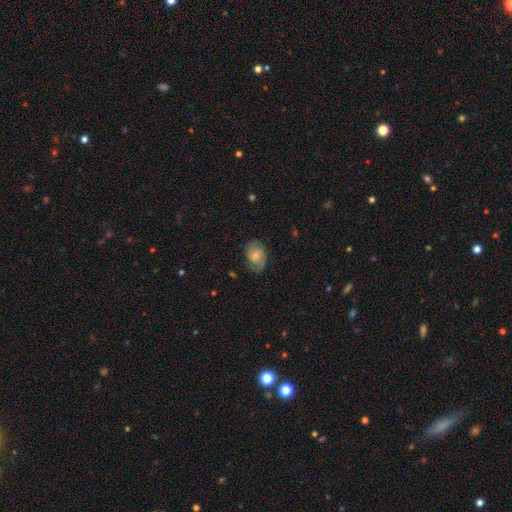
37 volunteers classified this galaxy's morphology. Smooth or featured? featured or disk (57%)
Edge-on disk? no (95%)
Bar? no (55%)
Spiral arms? yes (90%)
Spiral winding? tight (50%)
Spiral arm count? 2 (72%)
Bulge size? moderate (45%)
Merging? none (78%)